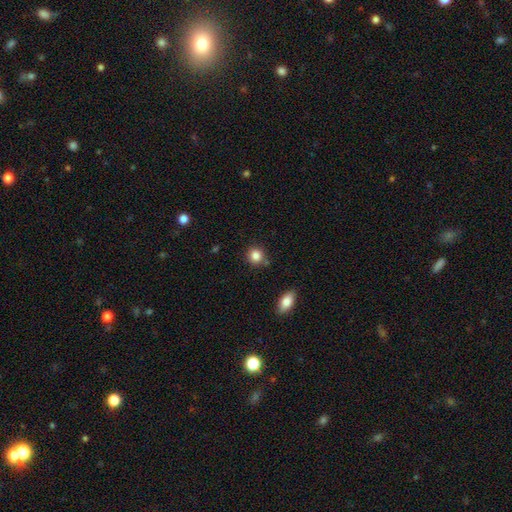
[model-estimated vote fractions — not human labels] smooth 85%, star or artifact 10%, featured or disk 5%. Down the decision tree: how rounded — round (89%); merging — none (81%).